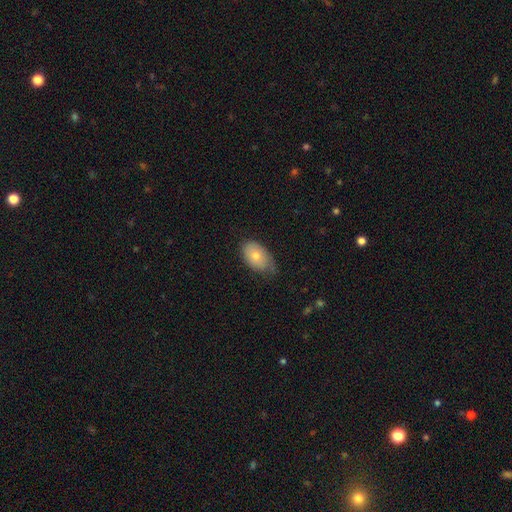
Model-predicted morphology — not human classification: Smooth or featured: smooth — 71% (featured or disk — 22%)
How rounded: in between — 91% (round — 7%)
Merging: none — 59% (minor disturbance — 33%)